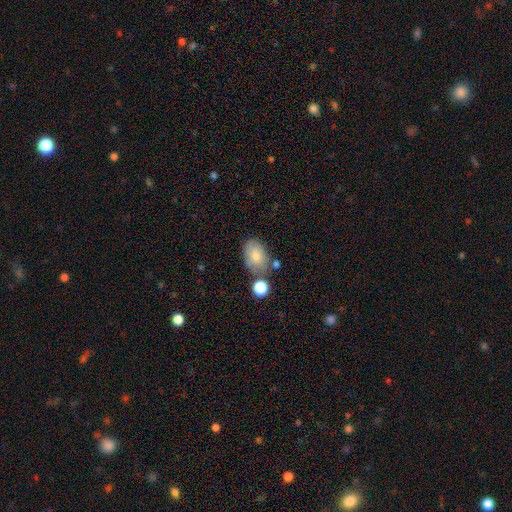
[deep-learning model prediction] Smooth or featured?
  - smooth: 76% *
  - featured or disk: 16%
  - star or artifact: 8%
How rounded?
  - in between: 88% *
  - round: 11%
  - cigar-shaped: 1%
Merging?
  - none: 58% *
  - minor disturbance: 21%
  - merger: 14%
  - major disturbance: 7%